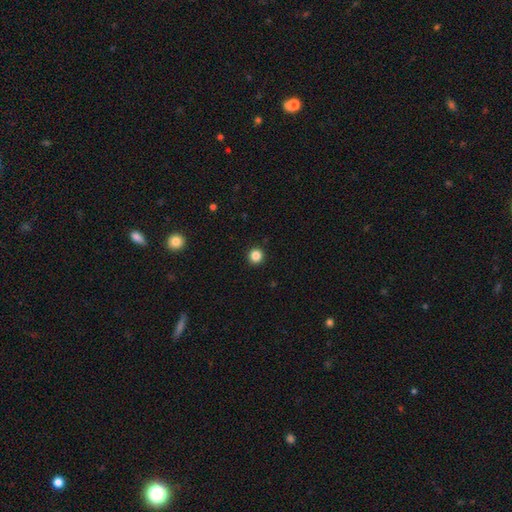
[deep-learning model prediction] smooth_or_featured: smooth (p=0.85) [alt: star or artifact p=0.12]
how_rounded: round (p=0.94) [alt: in between p=0.05]
merging: none (p=0.94) [alt: minor disturbance p=0.04]